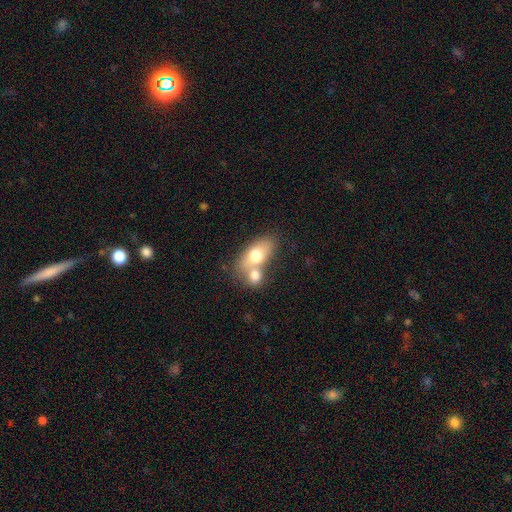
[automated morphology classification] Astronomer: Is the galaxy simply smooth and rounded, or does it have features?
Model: smooth — 68%.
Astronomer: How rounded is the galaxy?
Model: in between — 81%.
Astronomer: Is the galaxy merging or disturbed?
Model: merger — 56% (runner-up: none, 31%).